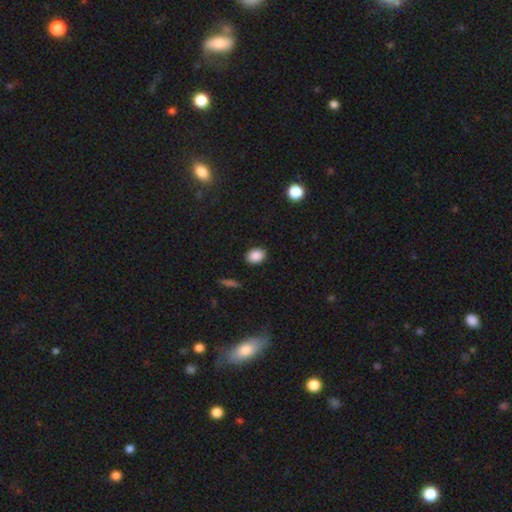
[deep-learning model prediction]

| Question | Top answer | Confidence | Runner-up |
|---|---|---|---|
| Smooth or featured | smooth | 88% | star or artifact (9%) |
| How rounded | in between | 67% | round (32%) |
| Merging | none | 88% | minor disturbance (8%) |